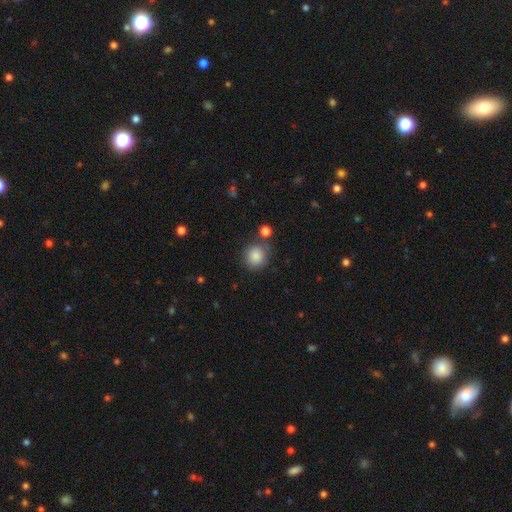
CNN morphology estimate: Smooth or featured?
  - smooth: 86% *
  - star or artifact: 9%
  - featured or disk: 5%
How rounded?
  - round: 86% *
  - in between: 13%
  - cigar-shaped: 1%
Merging?
  - none: 74% *
  - minor disturbance: 13%
  - merger: 10%
  - major disturbance: 4%